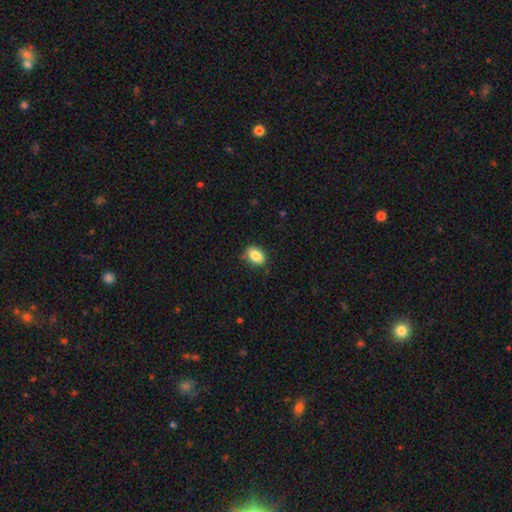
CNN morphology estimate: Smooth or featured: smooth — 85% (star or artifact — 8%)
How rounded: in between — 87% (round — 11%)
Merging: none — 82% (minor disturbance — 14%)